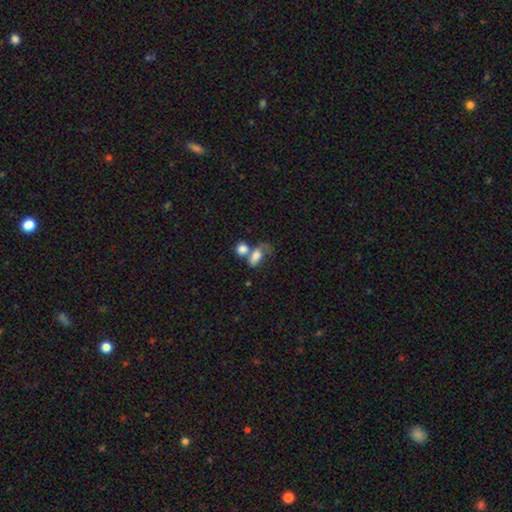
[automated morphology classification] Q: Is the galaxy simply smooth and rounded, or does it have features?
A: smooth — 74%.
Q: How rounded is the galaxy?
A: in between — 79%.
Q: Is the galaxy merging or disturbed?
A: merger — 53%.